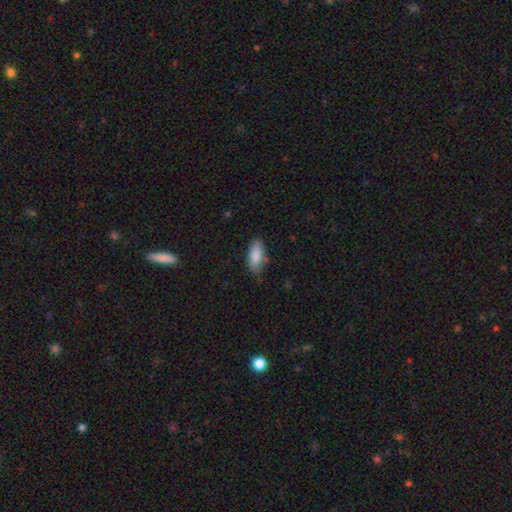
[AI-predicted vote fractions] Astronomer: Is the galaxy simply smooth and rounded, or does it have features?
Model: smooth — 86%.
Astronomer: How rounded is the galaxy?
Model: in between — 86%.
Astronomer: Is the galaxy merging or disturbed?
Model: none — 78%.